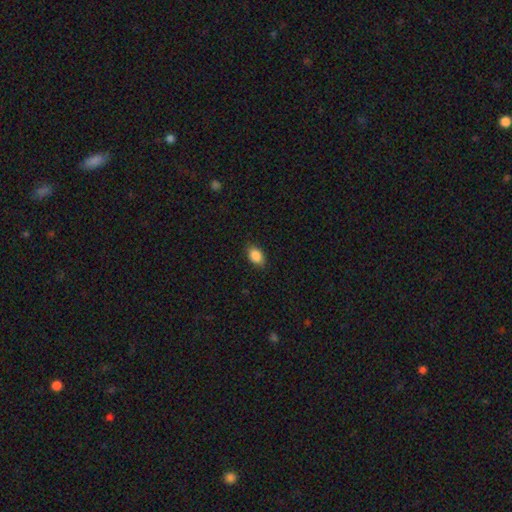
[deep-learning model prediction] Smooth or featured? smooth (89%)
How rounded? in between (90%)
Merging? none (86%)